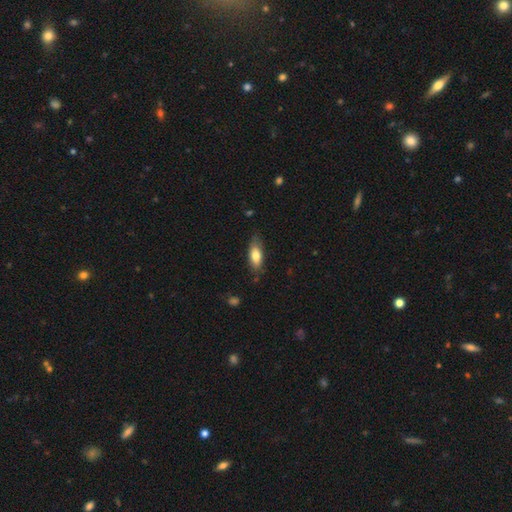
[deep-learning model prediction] Q: Smooth or featured?
A: smooth (75%); runner-up: featured or disk (18%)
Q: How rounded?
A: in between (76%); runner-up: cigar-shaped (21%)
Q: Merging?
A: none (73%); runner-up: minor disturbance (21%)